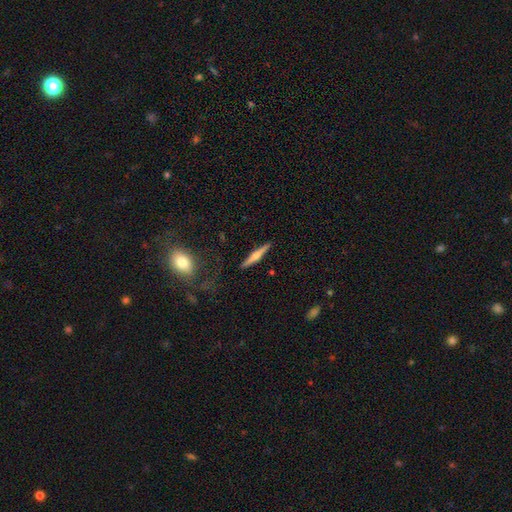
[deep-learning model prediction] A featured or disk galaxy (61%) viewed edge-on (97%) with a rounded central bulge (85%). Merging: none (87%).